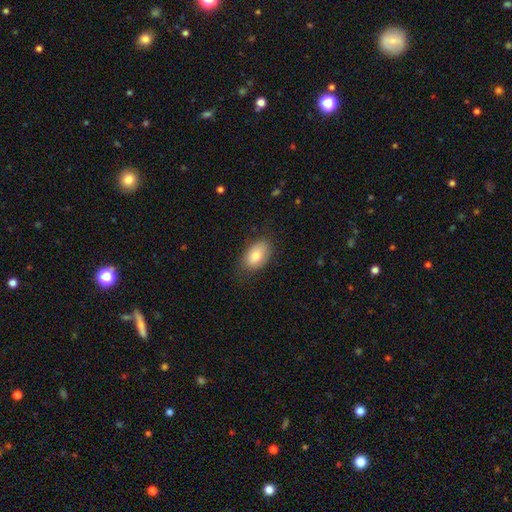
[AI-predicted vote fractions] Q: Smooth or featured?
A: smooth (81%); runner-up: featured or disk (12%)
Q: How rounded?
A: in between (91%); runner-up: round (8%)
Q: Merging?
A: none (78%); runner-up: minor disturbance (17%)